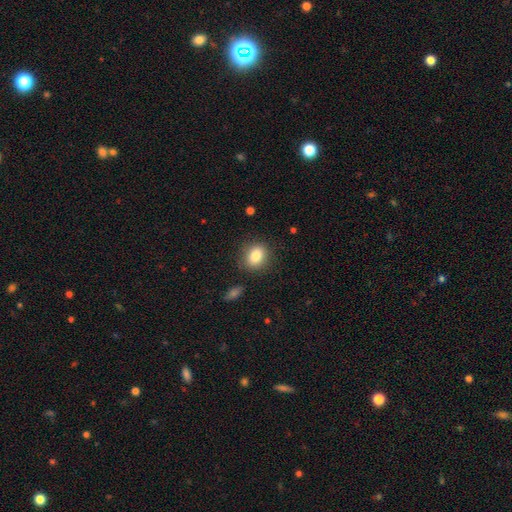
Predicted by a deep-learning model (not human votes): Q: Smooth or featured?
A: smooth (85%); runner-up: star or artifact (9%)
Q: How rounded?
A: in between (51%); runner-up: round (48%)
Q: Merging?
A: none (84%); runner-up: minor disturbance (11%)